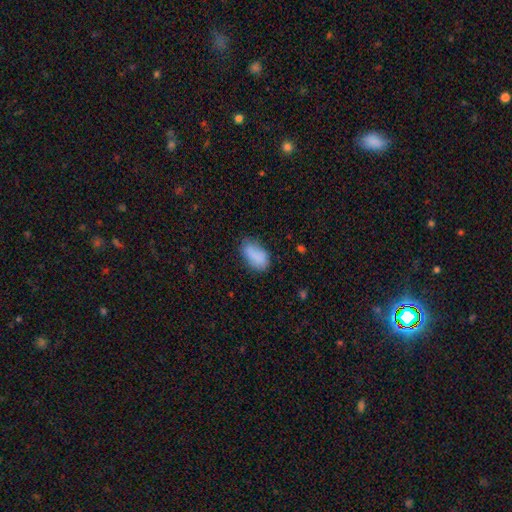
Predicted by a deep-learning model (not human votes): smooth-or-featured: smooth: 83% | featured or disk: 9% | star or artifact: 8%
  how-rounded: in between: 92% | round: 5% | cigar-shaped: 2%
  merging: none: 62% | minor disturbance: 27% | major disturbance: 8% | merger: 3%